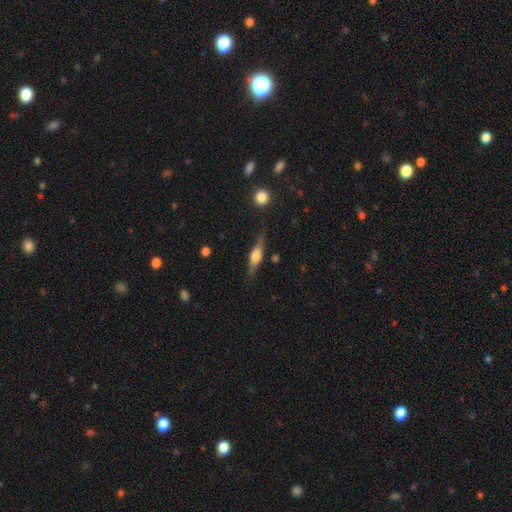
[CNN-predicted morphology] Smooth or featured? featured or disk (63%)
Edge-on disk? yes (95%)
Edge-on bulge? rounded (82%)
Merging? none (81%)